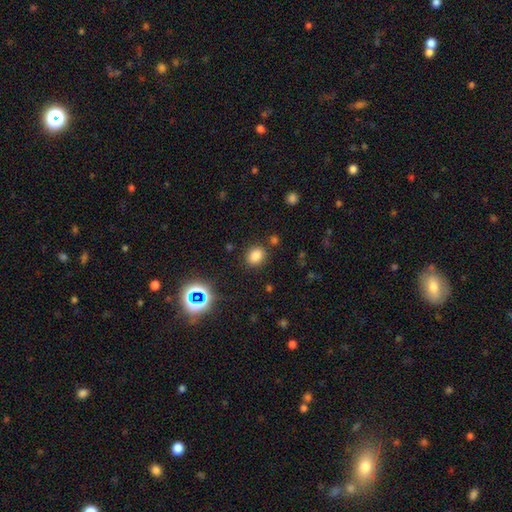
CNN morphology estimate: This is likely a smooth galaxy (79%). How rounded: possibly round (59%). Merging: clearly none (84%).